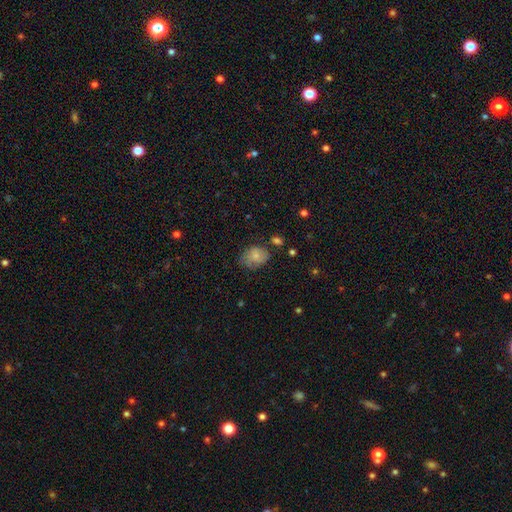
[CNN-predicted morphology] Q: Smooth or featured?
A: smooth (72%); runner-up: featured or disk (20%)
Q: How rounded?
A: in between (63%); runner-up: round (36%)
Q: Merging?
A: none (56%); runner-up: minor disturbance (31%)